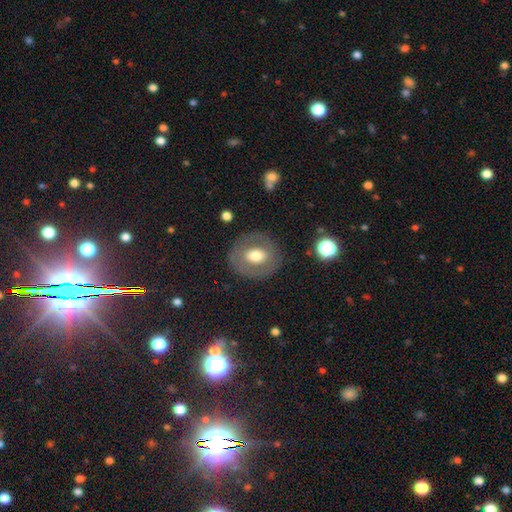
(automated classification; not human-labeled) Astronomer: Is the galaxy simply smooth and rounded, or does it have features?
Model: smooth — 50% (runner-up: featured or disk, 42%).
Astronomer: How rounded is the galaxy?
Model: round — 69%.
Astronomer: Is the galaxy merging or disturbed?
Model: none — 81%.